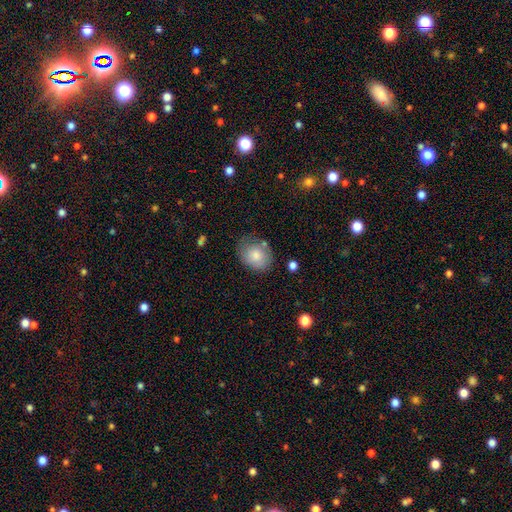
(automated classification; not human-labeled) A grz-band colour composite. It shows a smooth galaxy with no disk features (79%) that is in between round and cigar-shaped (51%). Merging: none (61%).